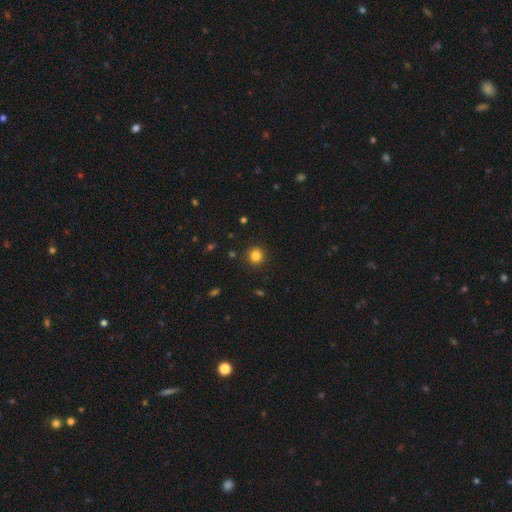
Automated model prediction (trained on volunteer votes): A smooth galaxy with no disk features (82%) that is round (93%).

Vote fractions:
- Smooth or featured? smooth: 82% / star or artifact: 13% / featured or disk: 5%
- How rounded? round: 93% / in between: 6% / cigar-shaped: 1%
- Merging? none: 92% / minor disturbance: 5% / major disturbance: 2% / merger: 1%